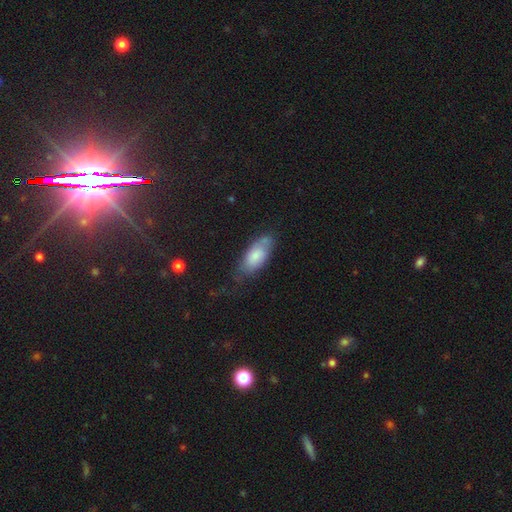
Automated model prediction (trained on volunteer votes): Q: Smooth or featured?
A: smooth (71%); runner-up: featured or disk (21%)
Q: How rounded?
A: in between (86%); runner-up: cigar-shaped (11%)
Q: Merging?
A: none (53%); runner-up: minor disturbance (30%)